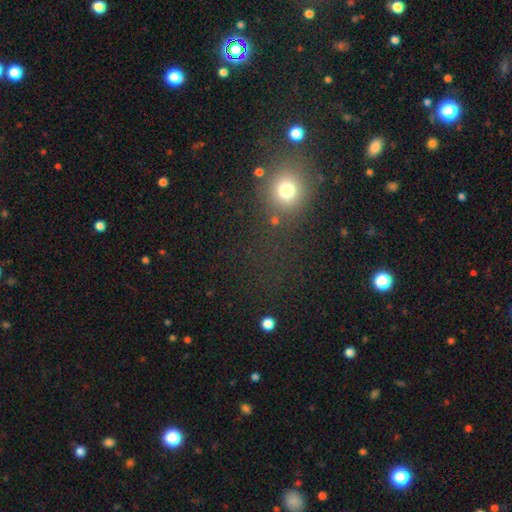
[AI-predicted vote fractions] smooth-or-featured: smooth: 50% | star or artifact: 42% | featured or disk: 8%
  merging: none: 71% | minor disturbance: 14% | major disturbance: 10% | merger: 5%